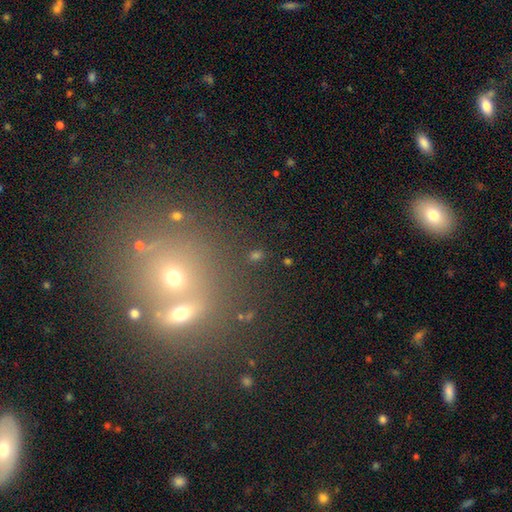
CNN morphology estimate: smooth 56%, star or artifact 31%, featured or disk 13%. Down the decision tree: how rounded — round (58%); merging — none (74%).